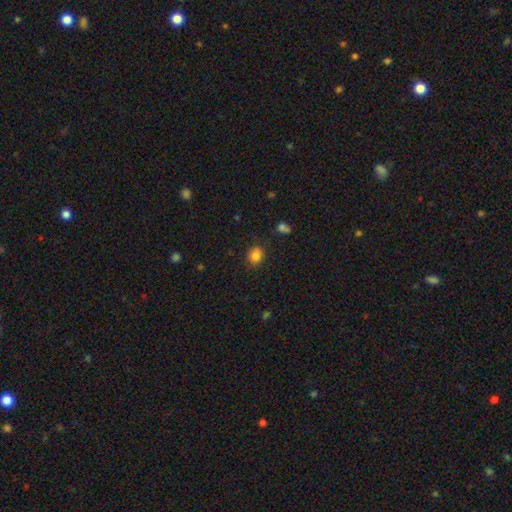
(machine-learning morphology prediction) Smooth or featured? smooth (82%)
How rounded? round (57%)
Merging? none (78%)